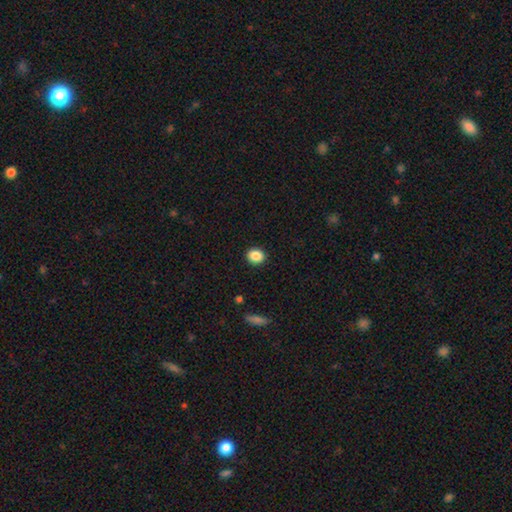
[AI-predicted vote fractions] This is clearly a smooth galaxy (87%). How rounded: likely round (65%). Merging: clearly none (91%).